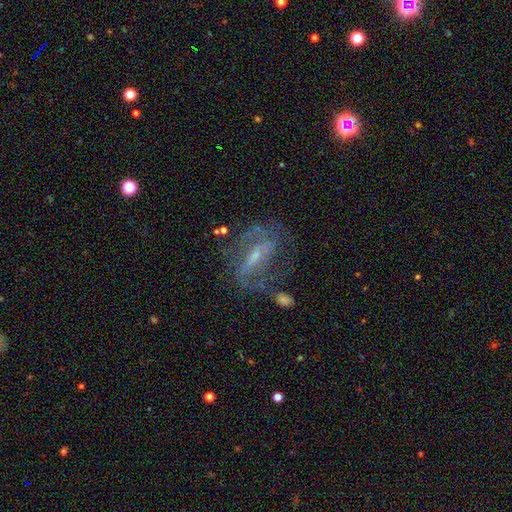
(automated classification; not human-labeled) Morphology: type=featured or disk (77%); edge-on=no (85%); bar=strong (49%); spiral arms=yes (74%); bulge=small (61%); merging=none (53%).